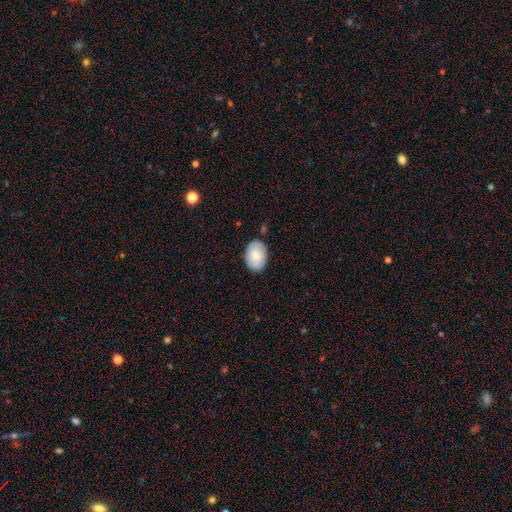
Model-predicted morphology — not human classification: A smooth galaxy with no disk features (77%) that is in between round and cigar-shaped (80%). Merging: none (84%).